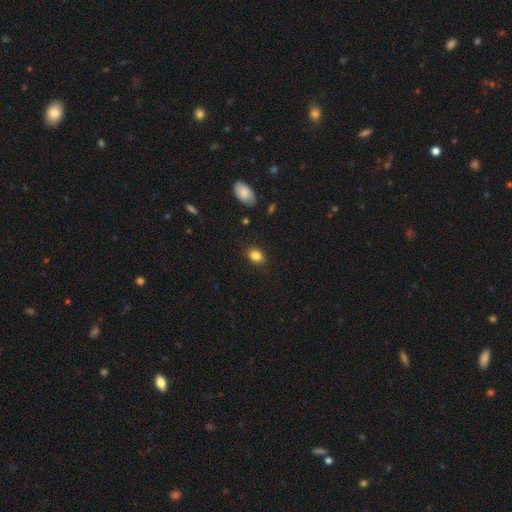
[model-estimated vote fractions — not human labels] smooth 85%, star or artifact 10%, featured or disk 6%. Down the decision tree: how rounded — in between (64%); merging — none (84%).